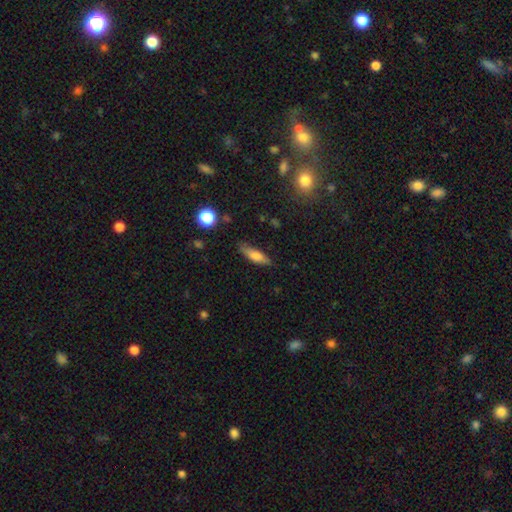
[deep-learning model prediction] smooth-or-featured: smooth: 71% | featured or disk: 21% | star or artifact: 8%
  how-rounded: cigar-shaped: 56% | in between: 42% | round: 3%
  merging: none: 79% | minor disturbance: 16% | major disturbance: 3% | merger: 2%